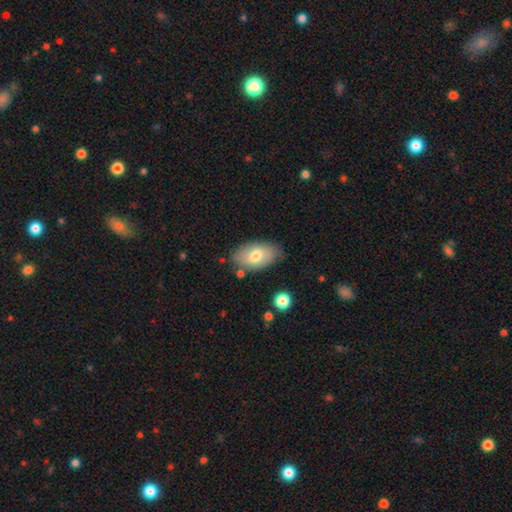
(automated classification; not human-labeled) A smooth galaxy with no disk features (70%) that is in between round and cigar-shaped (93%).

Vote fractions:
- Smooth or featured? smooth: 70% / featured or disk: 23% / star or artifact: 6%
- How rounded? in between: 93% / round: 5% / cigar-shaped: 2%
- Merging? none: 77% / minor disturbance: 16% / major disturbance: 4% / merger: 3%